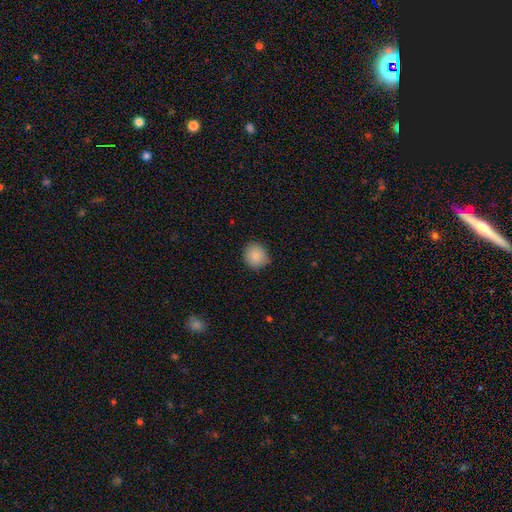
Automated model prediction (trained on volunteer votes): Overall: smooth (86%). How rounded: round (86%). Merging: none (81%).